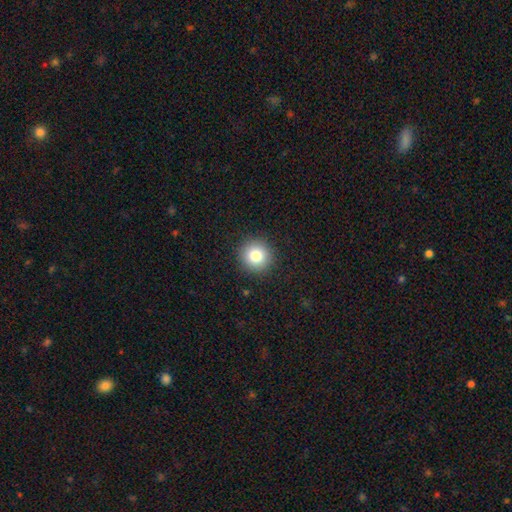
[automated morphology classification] smooth 82%, star or artifact 11%, featured or disk 8%. Down the decision tree: how rounded — round (94%); merging — none (91%).